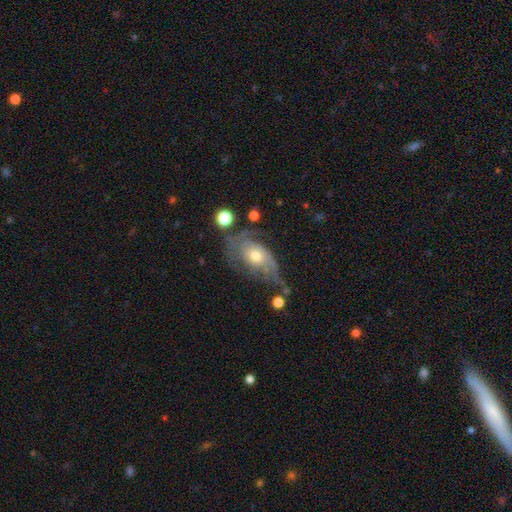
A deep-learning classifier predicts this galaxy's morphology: Smooth or featured? featured or disk (69%)
Edge-on disk? no (93%)
Bar? no (78%)
Spiral arms? yes (80%)
Spiral winding? medium (38%)
Spiral arm count? 2 (47%)
Bulge size? moderate (64%)
Merging? none (37%)